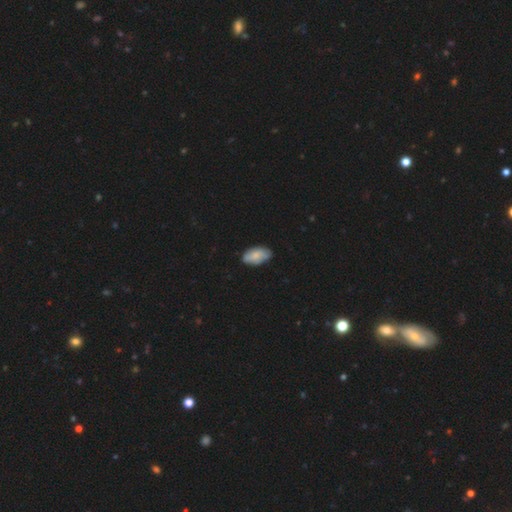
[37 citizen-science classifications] smooth 86%, featured or disk 11%, star or artifact 3%. Down the decision tree: how rounded — in between (97%); merging — none (83%).